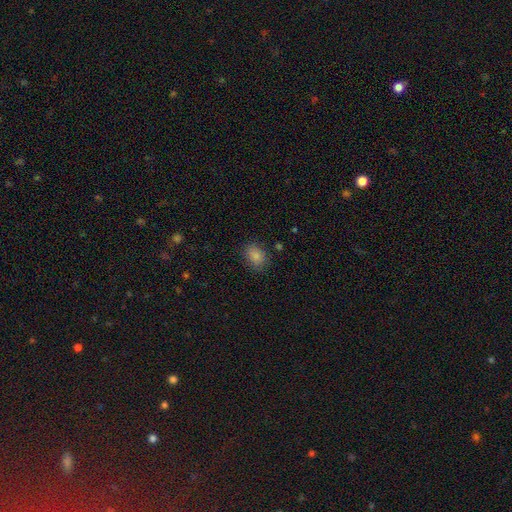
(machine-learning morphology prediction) smooth 85%, star or artifact 10%, featured or disk 5%. Down the decision tree: how rounded — in between (67%); merging — none (82%).